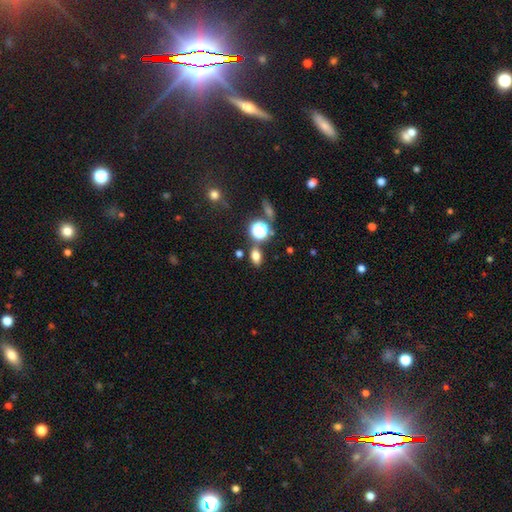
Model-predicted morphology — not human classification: smooth_or_featured: smooth (p=0.72) [alt: star or artifact p=0.20]
how_rounded: in between (p=0.75) [alt: round p=0.22]
merging: none (p=0.78) [alt: minor disturbance p=0.10]